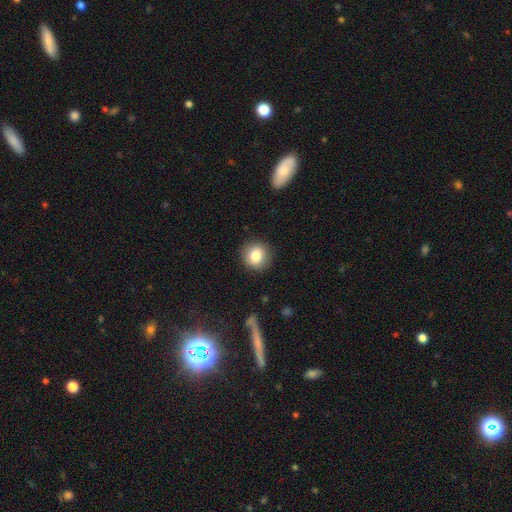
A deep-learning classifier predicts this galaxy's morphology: This is clearly a smooth galaxy (82%). How rounded: clearly round (90%). Merging: clearly none (89%).